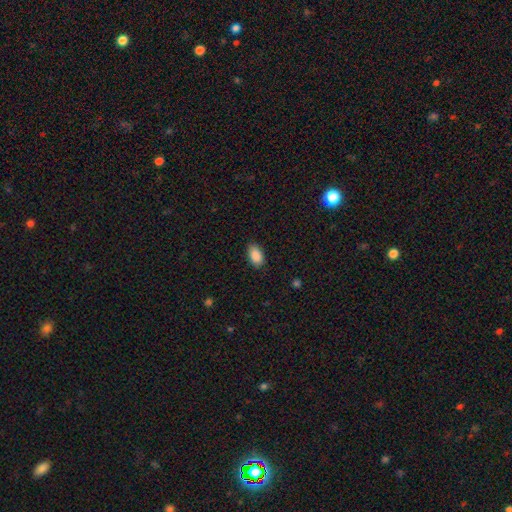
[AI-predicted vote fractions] This is clearly a smooth galaxy (89%). How rounded: clearly in between (93%). Merging: clearly none (87%).